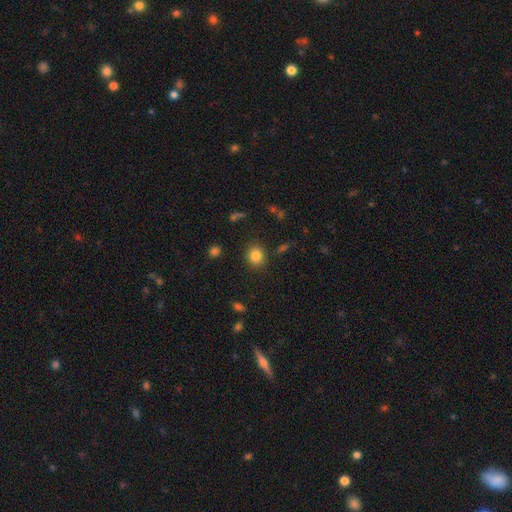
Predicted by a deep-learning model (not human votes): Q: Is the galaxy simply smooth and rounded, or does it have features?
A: smooth — 83%.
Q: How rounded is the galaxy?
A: round — 79%.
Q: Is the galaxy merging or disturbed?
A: none — 87%.